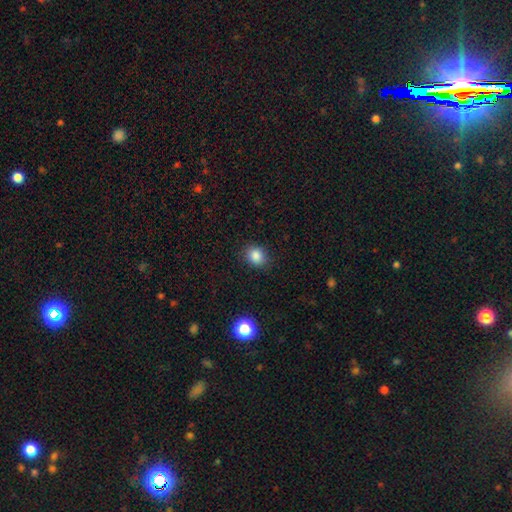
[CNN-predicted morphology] type=smooth (85%); roundness=round (64%); merging=none (86%).